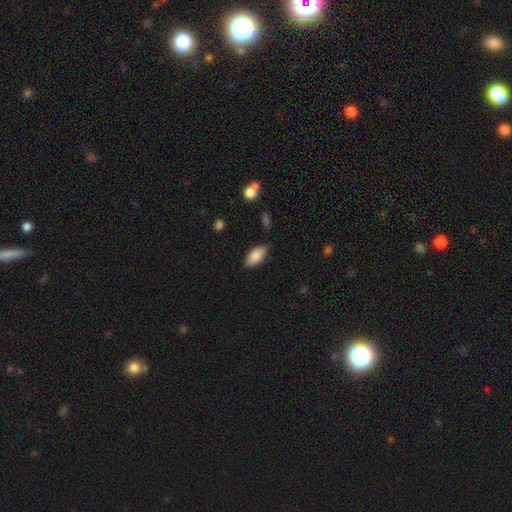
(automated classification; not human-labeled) Smooth or featured? Predicted: smooth (p=0.85). How rounded? Predicted: in between (p=0.91). Merging? Predicted: none (p=0.78).